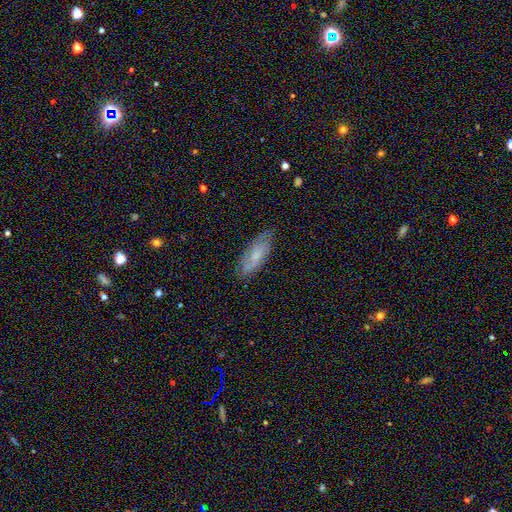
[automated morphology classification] Overall: smooth (53%; featured or disk 39%). How rounded: in between (68%; cigar-shaped 30%). Merging: none (76%).